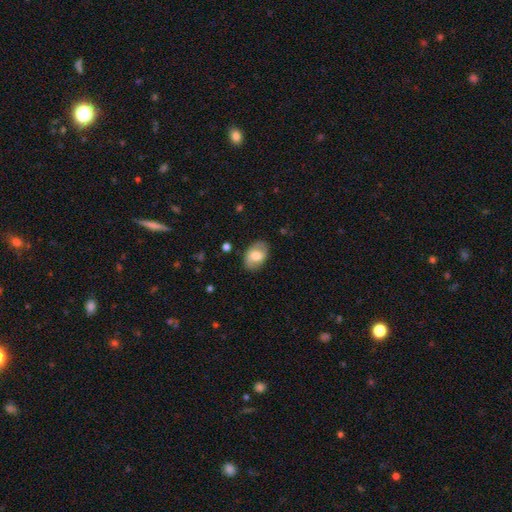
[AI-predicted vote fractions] Q: Smooth or featured?
A: smooth (67%); runner-up: featured or disk (26%)
Q: How rounded?
A: in between (87%); runner-up: round (12%)
Q: Merging?
A: none (80%); runner-up: minor disturbance (15%)